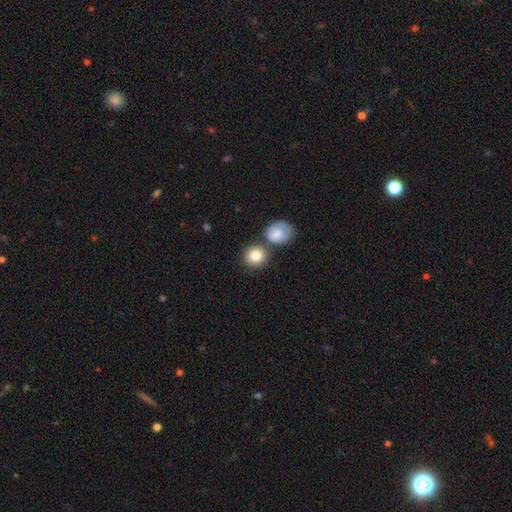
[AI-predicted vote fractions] This appears to be a smooth galaxy with no disk features (84%) that is round (86%). Merging: none (66%).